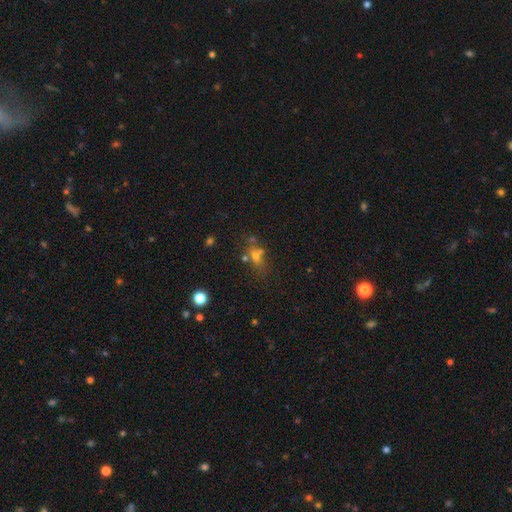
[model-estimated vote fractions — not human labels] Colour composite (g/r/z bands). It shows a smooth galaxy with no disk features (53%) that is in between round and cigar-shaped (55%). Merging: none (47%).